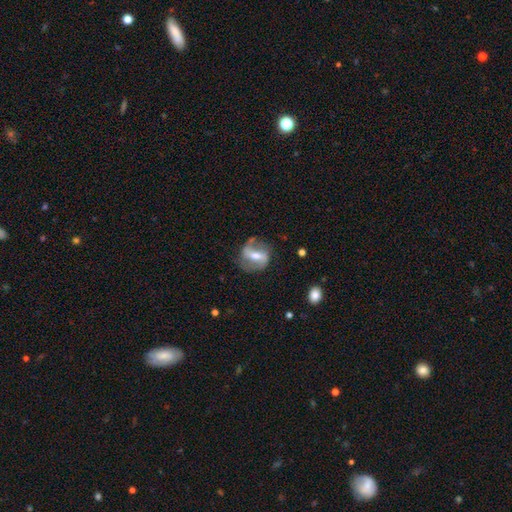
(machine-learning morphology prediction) Smooth or featured? Predicted: featured or disk (p=0.72). Edge-on disk? Predicted: no (p=0.93). Bar? Predicted: strong (p=0.52). Spiral arms? Predicted: yes (p=0.80). Spiral winding? Predicted: loose (p=0.43). Spiral arm count? Predicted: 2 (p=0.82). Bulge size? Predicted: moderate (p=0.62). Merging? Predicted: none (p=0.68).